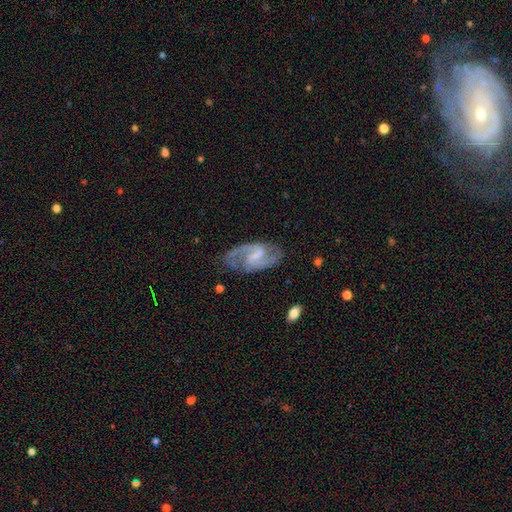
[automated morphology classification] smooth_or_featured: featured or disk (p=0.89) [alt: smooth p=0.06]
disk_edge_on: no (p=0.97) [alt: yes p=0.03]
bar: weak (p=0.55) [alt: strong p=0.27]
has_spiral_arms: yes (p=0.97) [alt: no p=0.03]
spiral_winding: medium (p=0.57) [alt: loose p=0.28]
spiral_arm_count: 2 (p=0.92) [alt: can't tell p=0.03]
bulge_size: none (p=0.41) [tied with: small p=0.41]
merging: none (p=0.77) [alt: minor disturbance p=0.16]